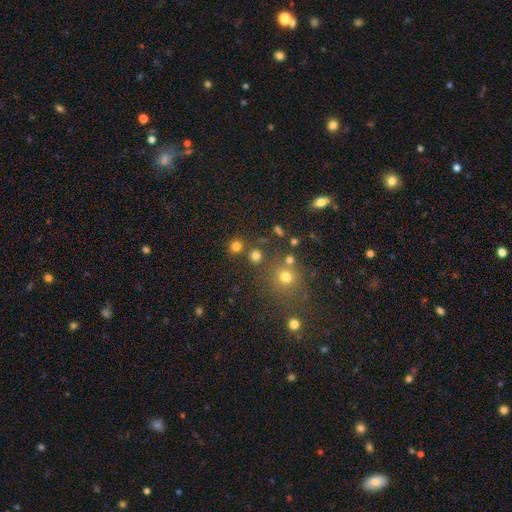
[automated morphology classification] Smooth or featured?
  - smooth: 75% *
  - star or artifact: 18%
  - featured or disk: 7%
How rounded?
  - round: 90% *
  - in between: 9%
  - cigar-shaped: 1%
Merging?
  - none: 76% *
  - merger: 13%
  - minor disturbance: 7%
  - major disturbance: 3%